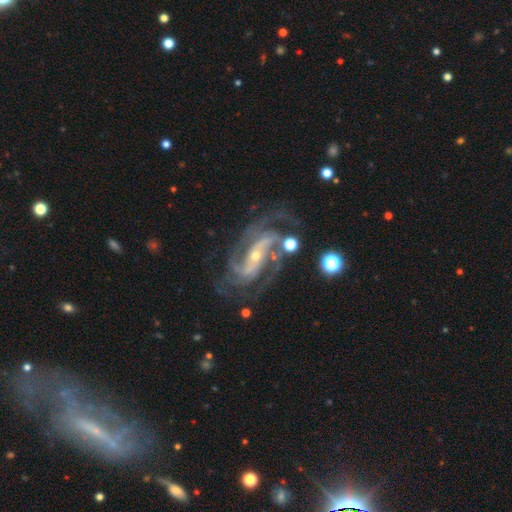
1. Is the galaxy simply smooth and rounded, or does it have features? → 97% featured or disk, 3% smooth, 0% star or artifact.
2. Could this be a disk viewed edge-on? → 97% no, 3% yes.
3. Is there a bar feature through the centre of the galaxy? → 65% strong, 24% no, 12% weak.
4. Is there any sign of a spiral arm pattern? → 100% yes, 0% no.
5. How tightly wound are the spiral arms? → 59% medium, 26% tight, 15% loose.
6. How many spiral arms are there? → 59% 2, 18% 3, 15% 4, 9% can't tell, 0% 1, 0% more than 4.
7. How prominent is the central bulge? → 79% small, 18% moderate, 3% none, 0% dominant, 0% large.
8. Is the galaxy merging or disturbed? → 61% none, 19% minor disturbance, 14% major disturbance, 6% merger.